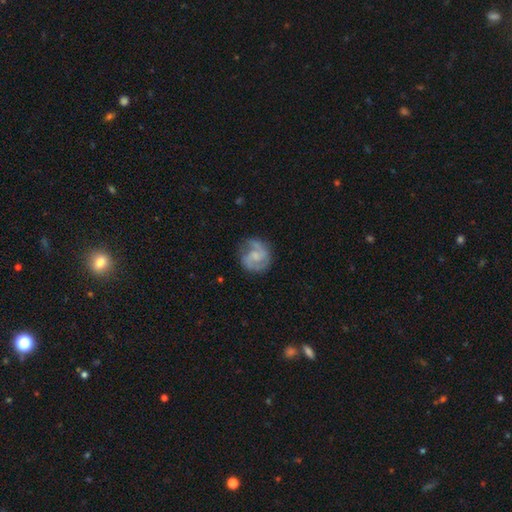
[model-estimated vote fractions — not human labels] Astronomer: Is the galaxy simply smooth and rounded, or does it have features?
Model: featured or disk — 75%.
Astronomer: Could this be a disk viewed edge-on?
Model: no — 98%.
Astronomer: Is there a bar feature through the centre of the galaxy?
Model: no — 48% (runner-up: weak, 44%).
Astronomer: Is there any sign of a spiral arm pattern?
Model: yes — 94%.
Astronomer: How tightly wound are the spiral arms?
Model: medium — 51% (runner-up: tight, 28%).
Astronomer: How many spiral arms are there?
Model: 2 — 80%.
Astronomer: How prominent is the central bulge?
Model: small — 36% (runner-up: moderate, 29%).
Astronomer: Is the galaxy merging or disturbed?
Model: none — 73%.